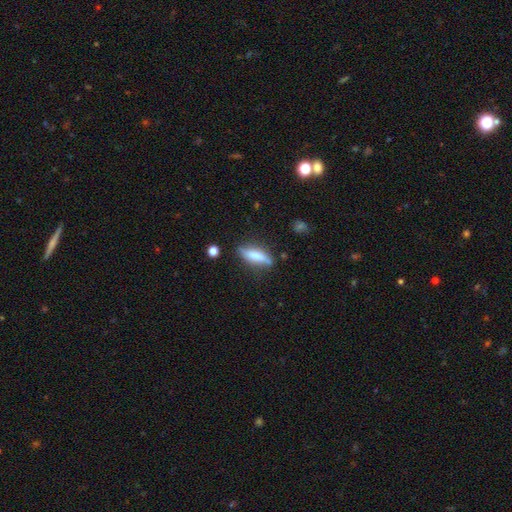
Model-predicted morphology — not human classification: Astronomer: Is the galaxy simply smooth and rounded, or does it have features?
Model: smooth — 67%.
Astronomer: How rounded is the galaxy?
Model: cigar-shaped — 57% (runner-up: in between, 41%).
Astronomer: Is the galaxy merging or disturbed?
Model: none — 71%.